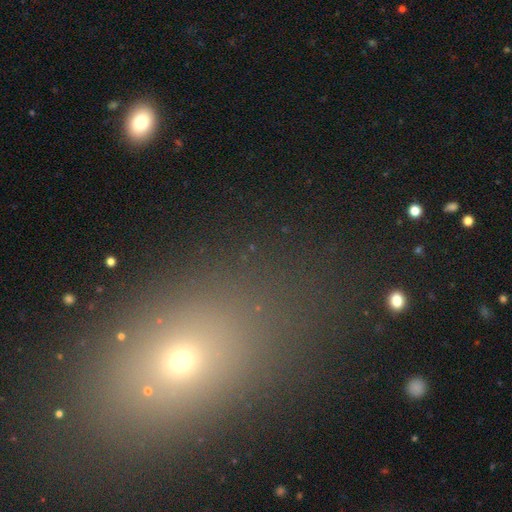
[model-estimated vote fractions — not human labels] The model was most divided on "smooth or featured": smooth: 52%, star or artifact: 35%, featured or disk: 13%. More confident: merging — none (82%); how rounded — in between (66%).